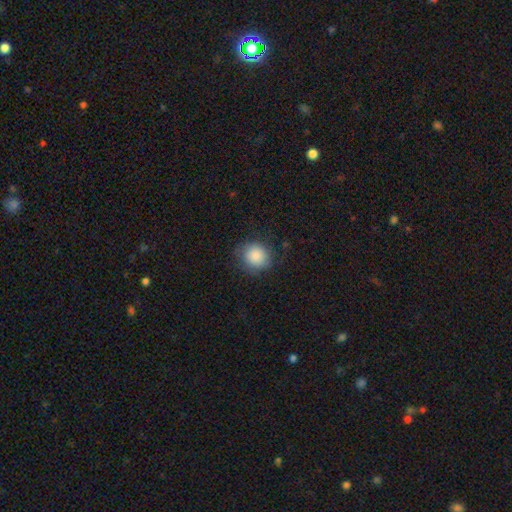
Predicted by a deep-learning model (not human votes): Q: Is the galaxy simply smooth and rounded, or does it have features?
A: smooth — 86%.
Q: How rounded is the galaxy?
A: round — 83%.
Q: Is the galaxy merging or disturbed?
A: none — 78%.